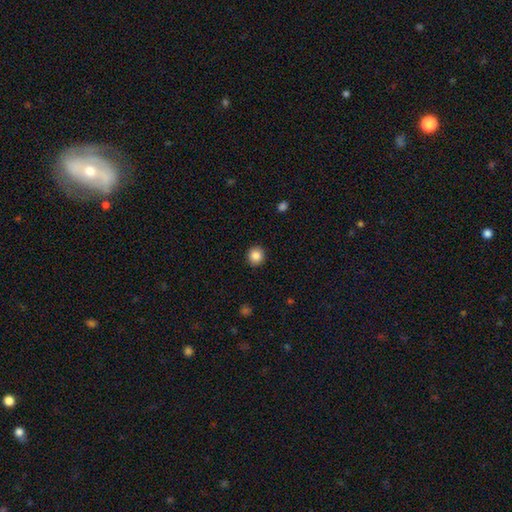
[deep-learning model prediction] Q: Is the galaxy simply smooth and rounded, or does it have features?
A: smooth — 86%.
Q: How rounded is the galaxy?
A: round — 90%.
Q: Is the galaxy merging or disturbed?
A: none — 92%.